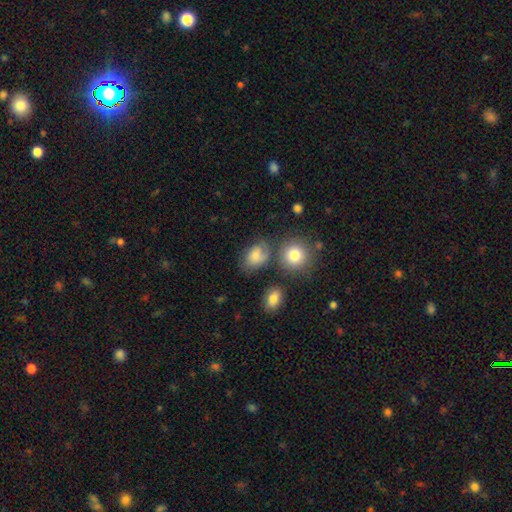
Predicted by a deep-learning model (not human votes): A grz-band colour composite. It shows a smooth galaxy with no disk features (64%) that is in between round and cigar-shaped (67%). Merging: none (55%).